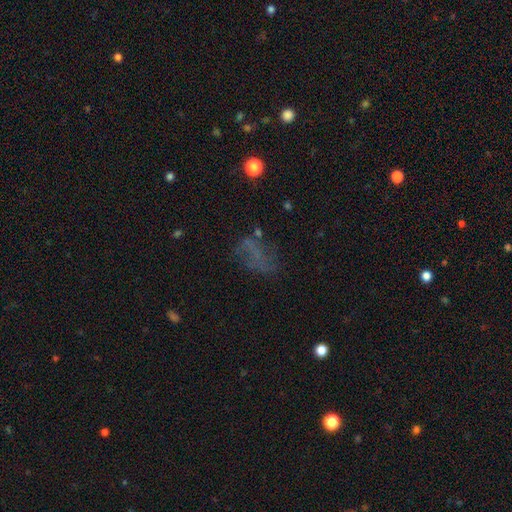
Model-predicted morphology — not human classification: This is marginally a smooth galaxy (39%). Merging: possibly none (52%).